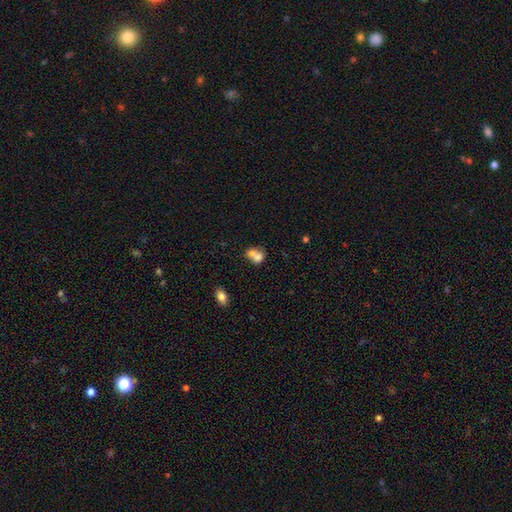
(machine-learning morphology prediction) This appears to be a smooth galaxy with no disk features (70%) that is round (52%). Merging: merger (65%).